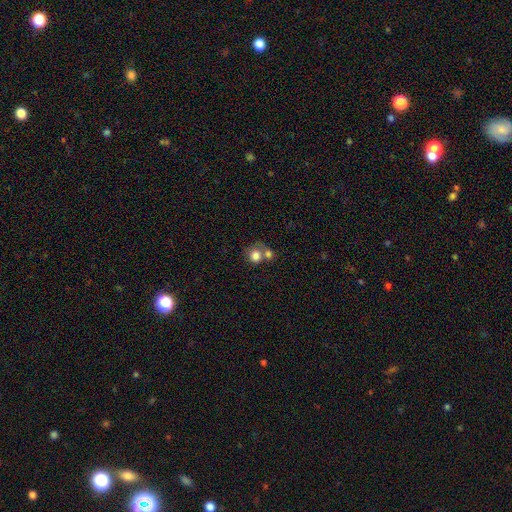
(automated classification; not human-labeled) smooth_or_featured: smooth (p=0.77) [alt: featured or disk p=0.13]
how_rounded: round (p=0.78) [alt: in between p=0.21]
merging: merger (p=0.52) [alt: none p=0.32]